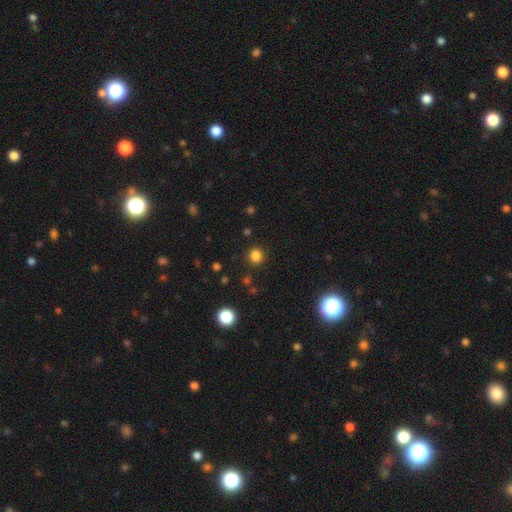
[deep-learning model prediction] Smooth or featured?
  - smooth: 82% *
  - star or artifact: 14%
  - featured or disk: 3%
How rounded?
  - round: 94% *
  - in between: 5%
  - cigar-shaped: 1%
Merging?
  - none: 90% *
  - minor disturbance: 6%
  - major disturbance: 3%
  - merger: 2%